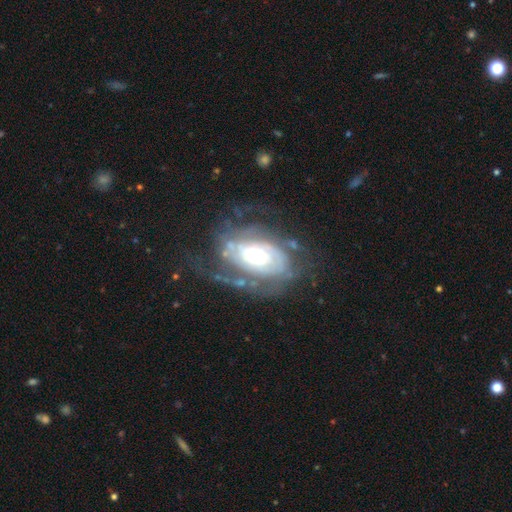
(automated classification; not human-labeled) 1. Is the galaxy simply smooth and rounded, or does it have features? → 83% featured or disk, 12% smooth, 6% star or artifact.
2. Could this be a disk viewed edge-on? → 95% no, 5% yes.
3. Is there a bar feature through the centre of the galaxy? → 71% no, 21% weak, 8% strong.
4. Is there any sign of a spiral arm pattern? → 84% yes, 16% no.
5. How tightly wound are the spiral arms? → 63% tight, 25% medium, 11% loose.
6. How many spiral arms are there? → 43% can't tell, 28% 2, 12% 3, 7% 1, 6% 4, 5% more than 4.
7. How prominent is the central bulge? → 65% moderate, 18% large, 15% small, 2% dominant, 1% none.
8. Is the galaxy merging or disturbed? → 57% none, 21% minor disturbance, 20% major disturbance, 2% merger.